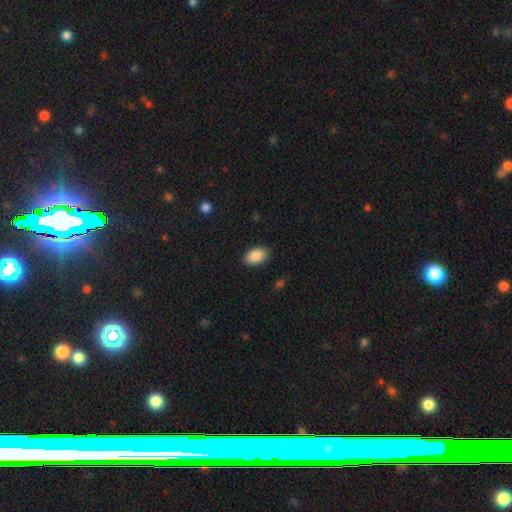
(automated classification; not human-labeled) smooth_or_featured: smooth (p=0.87) [alt: star or artifact p=0.07]
how_rounded: in between (p=0.91) [alt: round p=0.08]
merging: none (p=0.87) [alt: minor disturbance p=0.10]